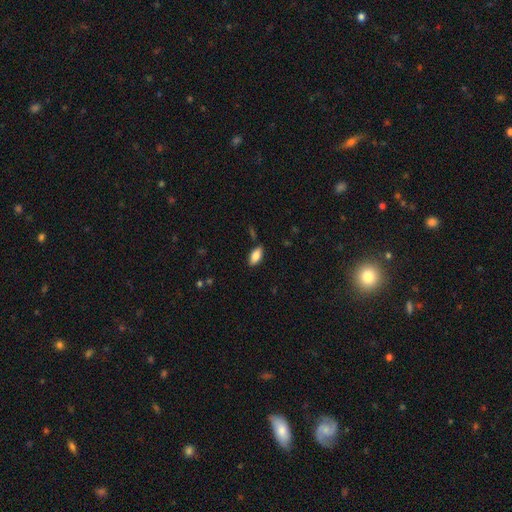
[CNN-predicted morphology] type=smooth (83%); roundness=in between (88%); merging=none (85%).